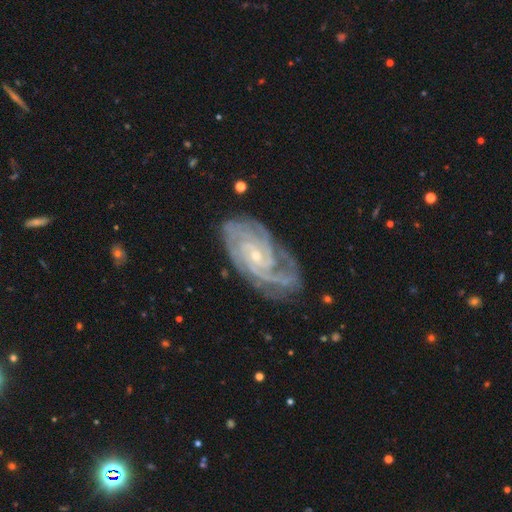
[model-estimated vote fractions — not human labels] The model was most divided on "spiral arm count": 3: 29%, 2: 27%, can't tell: 16%, 4: 15%, more than 4: 7%, 1: 6%. More confident: spiral arms — yes (98%); edge-on disk — no (97%); smooth or featured — featured or disk (91%); bulge size — small (78%); spiral winding — tight (72%); merging — none (71%); bar — no (61%).